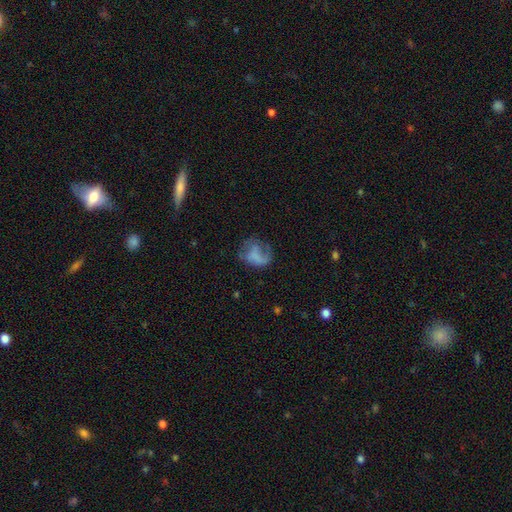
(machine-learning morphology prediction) Smooth or featured? smooth (57%)
How rounded? round (50%)
Merging? none (41%)